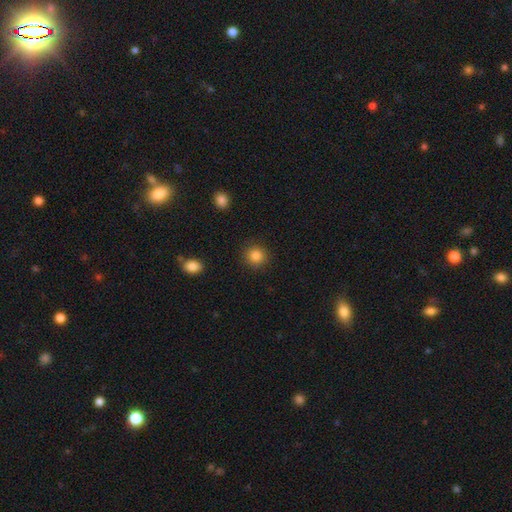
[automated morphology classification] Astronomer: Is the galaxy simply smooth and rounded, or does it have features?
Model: smooth — 86%.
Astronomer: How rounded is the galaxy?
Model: round — 91%.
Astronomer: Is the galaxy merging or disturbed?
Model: none — 89%.